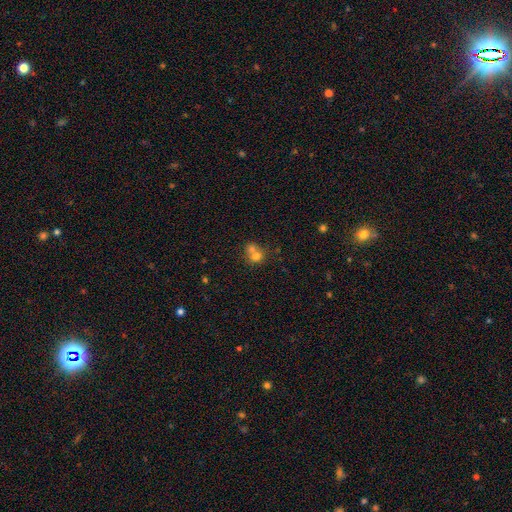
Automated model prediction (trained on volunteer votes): smooth_or_featured: smooth (p=0.71) [alt: featured or disk p=0.17]
how_rounded: round (p=0.78) [alt: in between p=0.21]
merging: merger (p=0.61) [alt: none p=0.30]